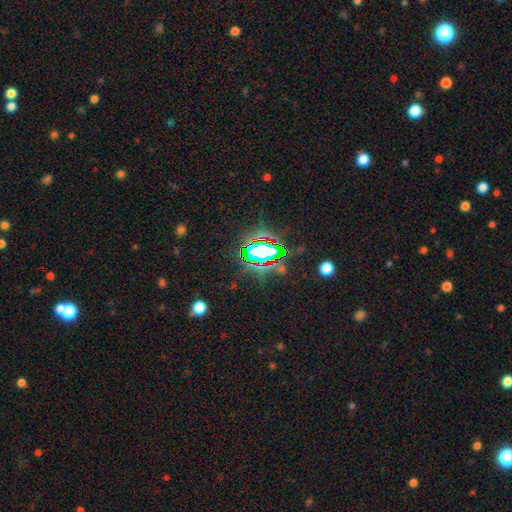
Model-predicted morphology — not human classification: type=star or artifact (72%).